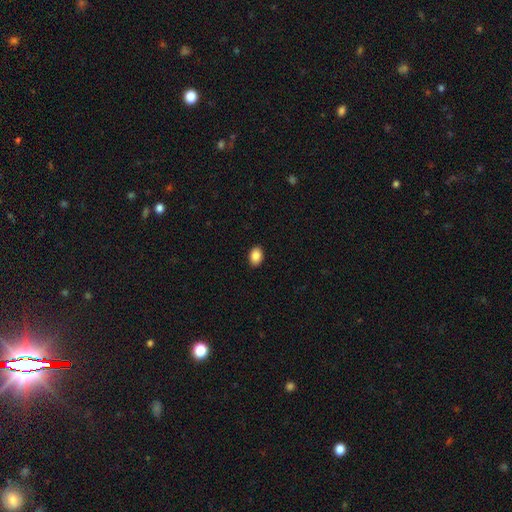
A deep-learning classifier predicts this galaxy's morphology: type=smooth (88%); roundness=in between (79%); merging=none (90%).